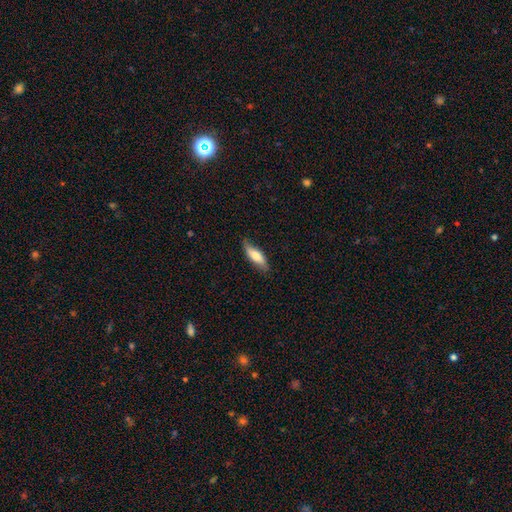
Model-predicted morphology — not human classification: Smooth or featured? Predicted: smooth (p=0.67). How rounded? Predicted: in between (p=0.50). Merging? Predicted: none (p=0.77).